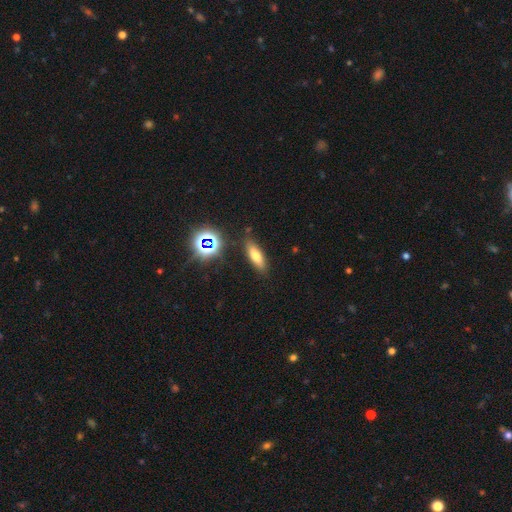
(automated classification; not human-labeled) Morphology: type=smooth (66%); roundness=in between (51%); merging=none (84%).